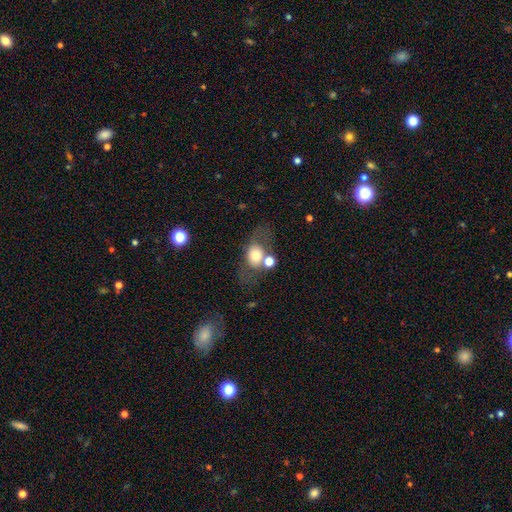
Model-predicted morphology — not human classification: A smooth galaxy with no disk features (64%) that is in between round and cigar-shaped (59%).

Vote fractions:
- Smooth or featured? smooth: 64% / featured or disk: 26% / star or artifact: 10%
- How rounded? in between: 59% / round: 39% / cigar-shaped: 2%
- Merging? none: 49% / merger: 23% / minor disturbance: 16% / major disturbance: 13%